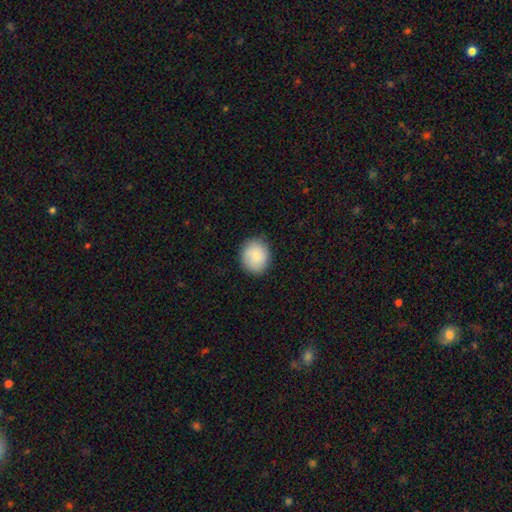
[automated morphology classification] Overall: smooth (86%). How rounded: round (67%; in between 32%). Merging: none (86%).